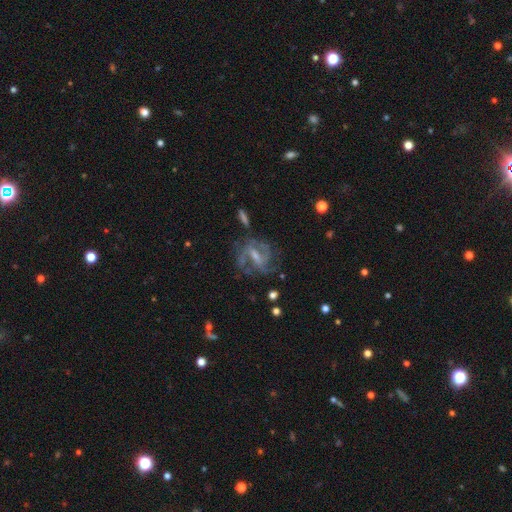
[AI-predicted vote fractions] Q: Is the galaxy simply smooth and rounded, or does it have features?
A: featured or disk — 81%.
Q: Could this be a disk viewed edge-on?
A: no — 96%.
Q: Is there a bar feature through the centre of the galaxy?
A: weak — 48%.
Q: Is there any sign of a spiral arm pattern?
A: yes — 93%.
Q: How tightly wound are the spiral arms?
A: medium — 49%.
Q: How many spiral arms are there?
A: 2 — 43%.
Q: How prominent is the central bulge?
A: small — 47%.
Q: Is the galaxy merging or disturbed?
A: none — 67%.